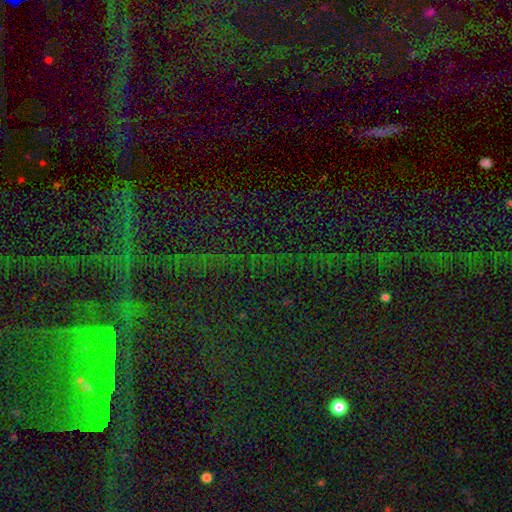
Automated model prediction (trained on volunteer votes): smooth_or_featured: star or artifact (p=0.82) [alt: featured or disk p=0.09]